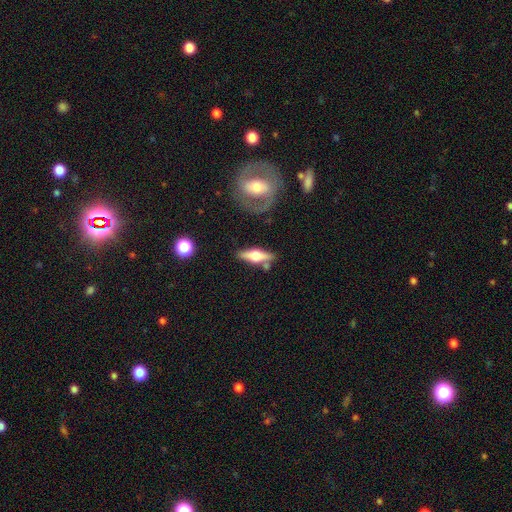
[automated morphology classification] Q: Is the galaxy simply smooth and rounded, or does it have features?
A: featured or disk — 61%.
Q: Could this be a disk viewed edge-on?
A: yes — 92%.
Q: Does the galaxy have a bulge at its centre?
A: rounded — 94%.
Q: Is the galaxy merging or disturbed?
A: none — 73%.